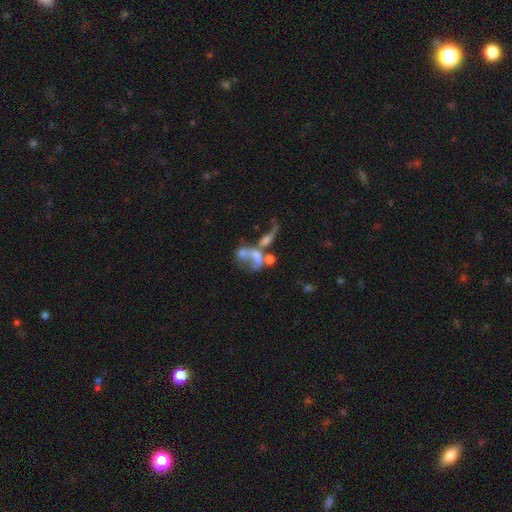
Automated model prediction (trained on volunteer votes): This is possibly a featured or disk galaxy (52%). It is clearly not viewed edge-on (93%). Merging: possibly merger (58%).